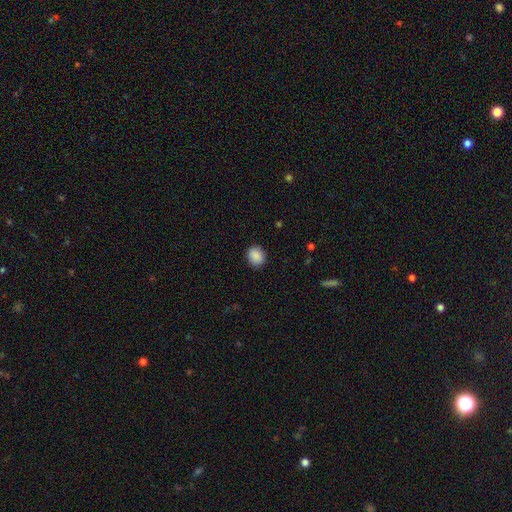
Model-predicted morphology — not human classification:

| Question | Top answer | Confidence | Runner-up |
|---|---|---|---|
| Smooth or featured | smooth | 89% | star or artifact (8%) |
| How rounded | round | 68% | in between (31%) |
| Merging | none | 88% | minor disturbance (8%) |